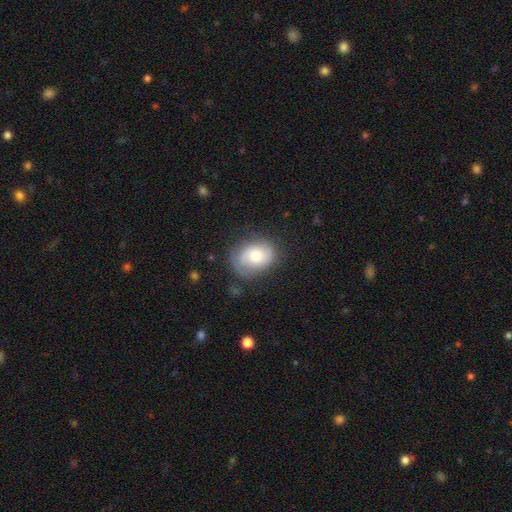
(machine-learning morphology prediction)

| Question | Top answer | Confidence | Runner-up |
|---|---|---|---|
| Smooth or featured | smooth | 55% | featured or disk (37%) |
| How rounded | in between | 66% | round (33%) |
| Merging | none | 67% | minor disturbance (23%) |